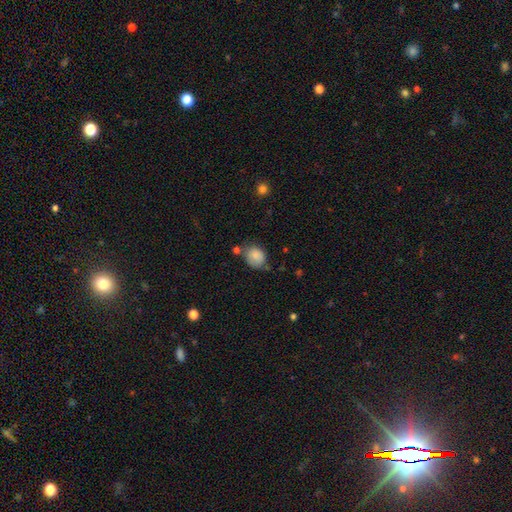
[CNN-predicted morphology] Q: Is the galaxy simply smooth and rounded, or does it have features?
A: smooth — 85%.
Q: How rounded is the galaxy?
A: round — 63%.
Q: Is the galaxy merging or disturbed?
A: none — 63%.